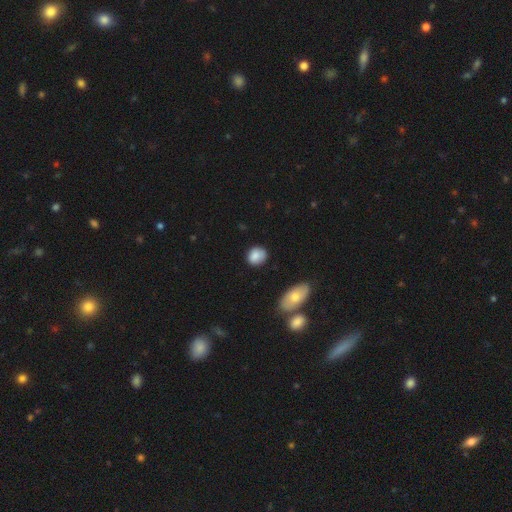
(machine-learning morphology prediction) Smooth or featured?
  - smooth: 85% *
  - star or artifact: 7%
  - featured or disk: 7%
How rounded?
  - round: 64% *
  - in between: 34%
  - cigar-shaped: 2%
Merging?
  - none: 79% *
  - minor disturbance: 16%
  - major disturbance: 3%
  - merger: 3%